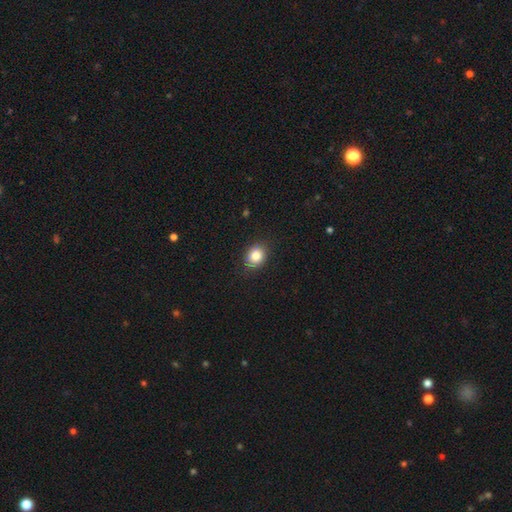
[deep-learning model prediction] This is clearly a smooth galaxy (83%). How rounded: possibly round (51%). Merging: clearly none (81%).